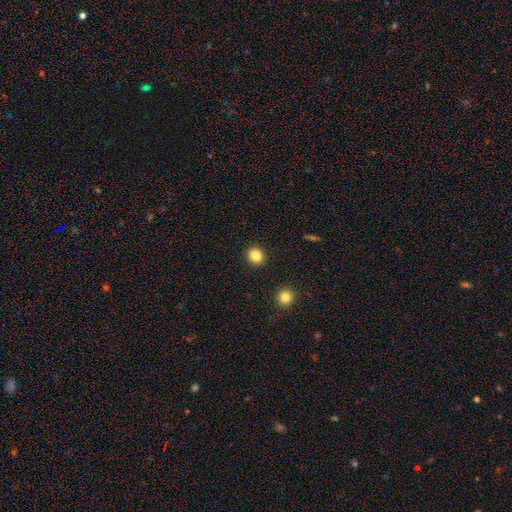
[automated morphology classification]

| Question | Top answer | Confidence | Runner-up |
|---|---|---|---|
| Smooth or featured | smooth | 84% | star or artifact (11%) |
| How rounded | round | 80% | in between (20%) |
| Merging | none | 92% | minor disturbance (5%) |